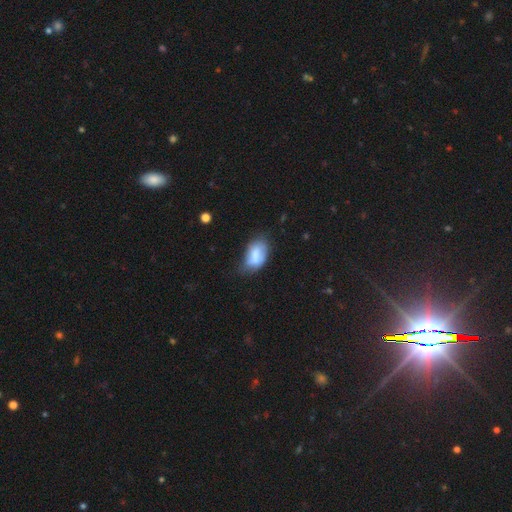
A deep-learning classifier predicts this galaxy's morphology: Smooth or featured?
  - smooth: 71% *
  - featured or disk: 21%
  - star or artifact: 8%
How rounded?
  - in between: 91% *
  - round: 6%
  - cigar-shaped: 2%
Merging?
  - none: 43% *
  - minor disturbance: 39%
  - major disturbance: 13%
  - merger: 5%